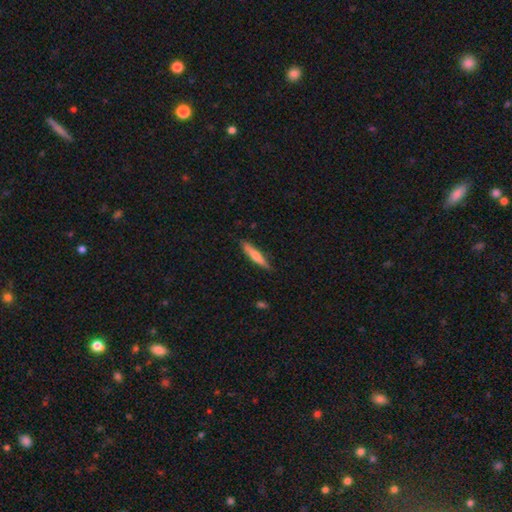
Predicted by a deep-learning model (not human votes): Overall: smooth (63%; featured or disk 32%). How rounded: cigar-shaped (89%). Merging: none (85%).